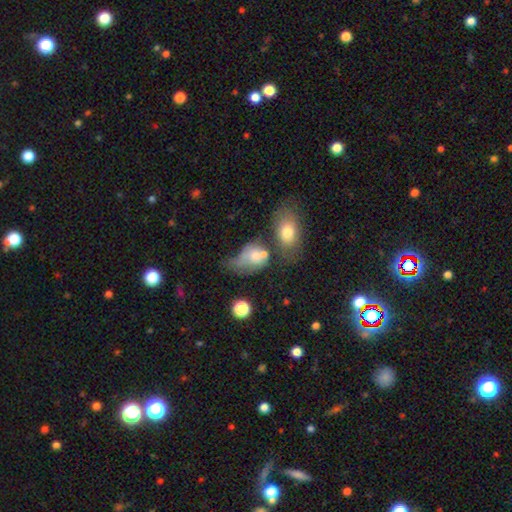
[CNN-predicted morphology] A smooth galaxy with no disk features (62%) that is in between round and cigar-shaped (69%).

Vote fractions:
- Smooth or featured? smooth: 62% / featured or disk: 26% / star or artifact: 12%
- How rounded? in between: 69% / round: 29% / cigar-shaped: 2%
- Merging? merger: 38% / major disturbance: 27% / minor disturbance: 18% / none: 17%